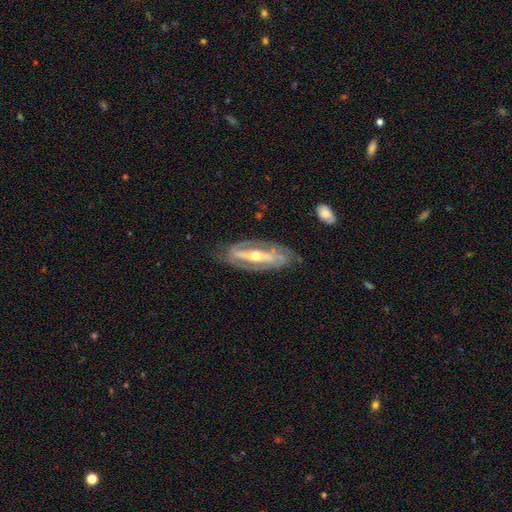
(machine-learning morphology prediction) This is clearly a featured or disk galaxy (86%). It is clearly not viewed edge-on (85%). Bar: possibly strong (59%). Spiral arm pattern: clearly yes (89%). Spiral arm count: likely 2 (73%). Spiral winding: possibly tight (46%). Central bulge: possibly moderate (55%). Merging: likely none (74%).